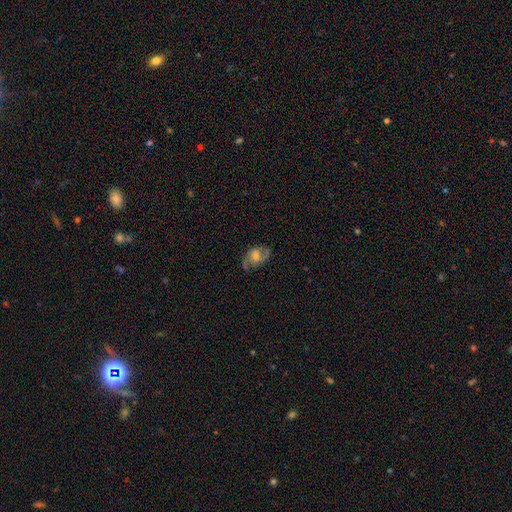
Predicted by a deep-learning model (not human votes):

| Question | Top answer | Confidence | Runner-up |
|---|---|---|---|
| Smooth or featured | featured or disk | 74% | smooth (17%) |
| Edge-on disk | no | 96% | yes (4%) |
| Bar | no | 57% | weak (36%) |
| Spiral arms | yes | 92% | no (8%) |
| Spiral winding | medium | 51% | loose (29%) |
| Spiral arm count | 2 | 84% | can't tell (7%) |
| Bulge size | moderate | 49% | small (30%) |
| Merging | none | 74% | minor disturbance (17%) |